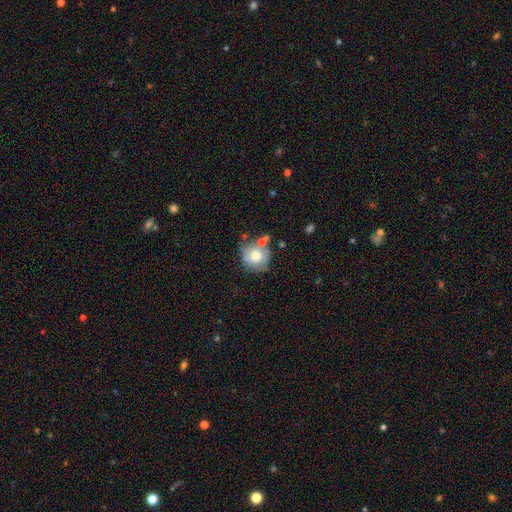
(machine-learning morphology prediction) A smooth galaxy with no disk features (63%) that is round (85%).

Vote fractions:
- Smooth or featured? smooth: 63% / featured or disk: 29% / star or artifact: 8%
- How rounded? round: 85% / in between: 14% / cigar-shaped: 1%
- Merging? none: 53% / minor disturbance: 23% / merger: 16% / major disturbance: 9%